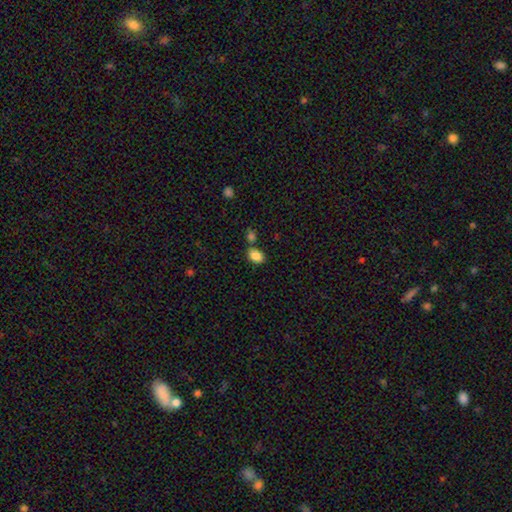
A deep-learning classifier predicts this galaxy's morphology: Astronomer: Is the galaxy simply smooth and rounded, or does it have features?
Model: smooth — 86%.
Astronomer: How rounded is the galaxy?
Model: in between — 80%.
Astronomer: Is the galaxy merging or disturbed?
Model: none — 67%.